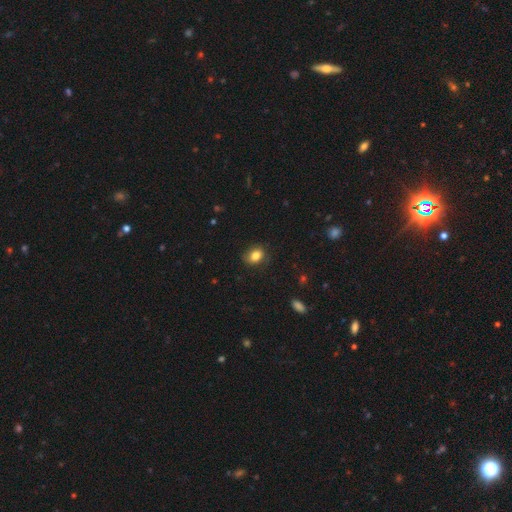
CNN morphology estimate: type=smooth (84%); roundness=in between (65%); merging=none (81%).